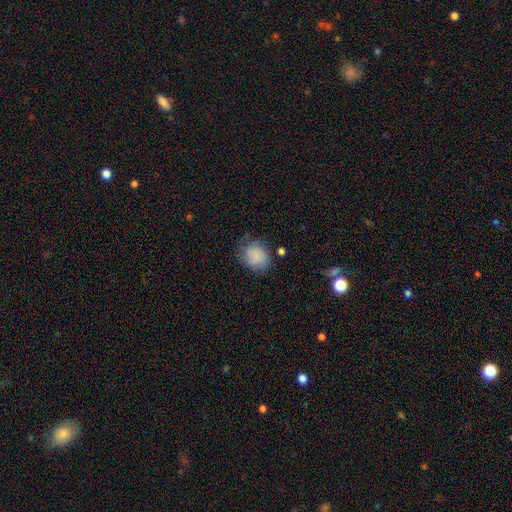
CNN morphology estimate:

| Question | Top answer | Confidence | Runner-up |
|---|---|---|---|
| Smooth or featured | smooth | 83% | featured or disk (9%) |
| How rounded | round | 61% | in between (38%) |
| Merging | none | 67% | minor disturbance (23%) |